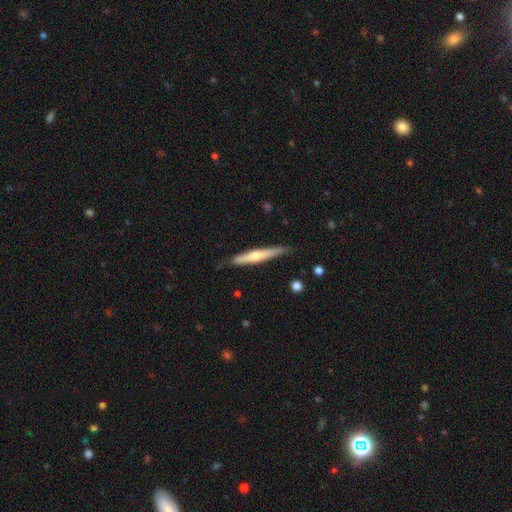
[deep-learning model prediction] A featured or disk galaxy (51%) viewed edge-on (96%).

Vote fractions:
- Smooth or featured? featured or disk: 51% / smooth: 44% / star or artifact: 5%
- Edge-on disk? yes: 96% / no: 4%
- Merging? none: 83% / minor disturbance: 13% / major disturbance: 2% / merger: 1%